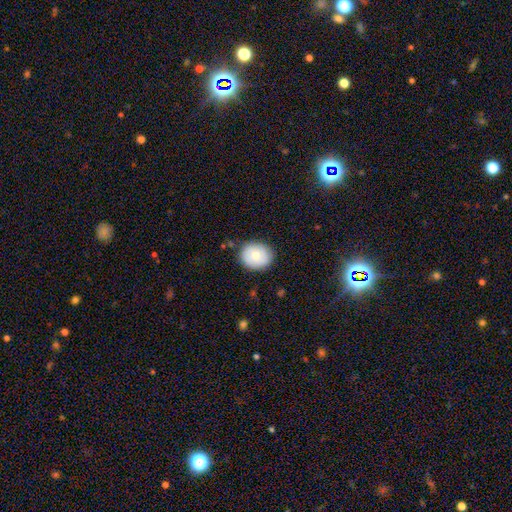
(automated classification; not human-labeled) Smooth or featured: smooth — 72% (featured or disk — 20%)
How rounded: round — 74% (in between — 26%)
Merging: none — 85% (minor disturbance — 11%)